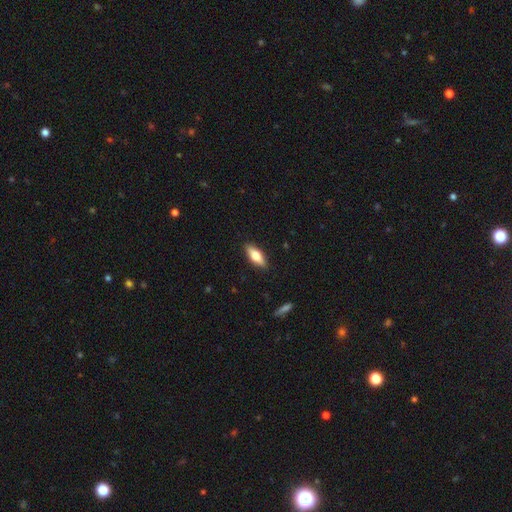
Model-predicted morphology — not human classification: smooth-or-featured: smooth: 64% | featured or disk: 30% | star or artifact: 6%
  how-rounded: in between: 66% | cigar-shaped: 31% | round: 3%
  merging: none: 88% | minor disturbance: 9% | major disturbance: 2% | merger: 1%